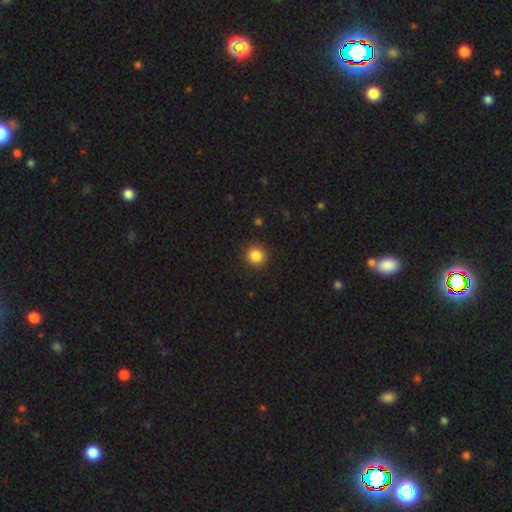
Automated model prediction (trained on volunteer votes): A smooth galaxy with no disk features (86%) that is round (93%). Merging: none (91%).